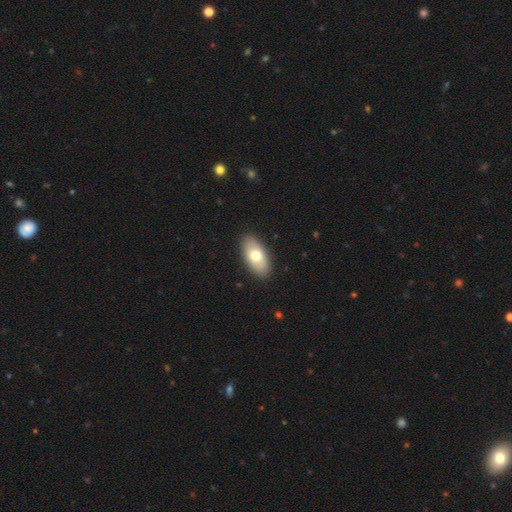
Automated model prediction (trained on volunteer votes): Smooth or featured? smooth (73%)
How rounded? in between (93%)
Merging? none (89%)